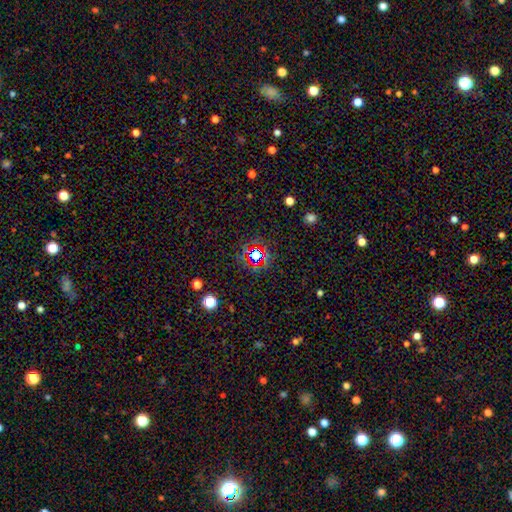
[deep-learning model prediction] Smooth or featured? star or artifact (66%)